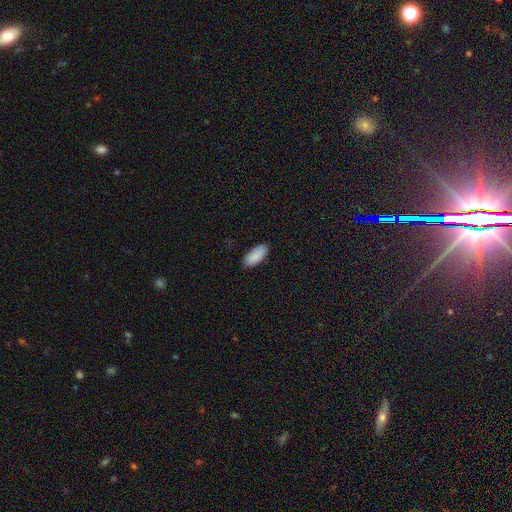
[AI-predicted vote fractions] Smooth or featured?
  - smooth: 90% *
  - star or artifact: 6%
  - featured or disk: 4%
How rounded?
  - in between: 90% *
  - cigar-shaped: 8%
  - round: 2%
Merging?
  - none: 86% *
  - minor disturbance: 11%
  - major disturbance: 2%
  - merger: 1%